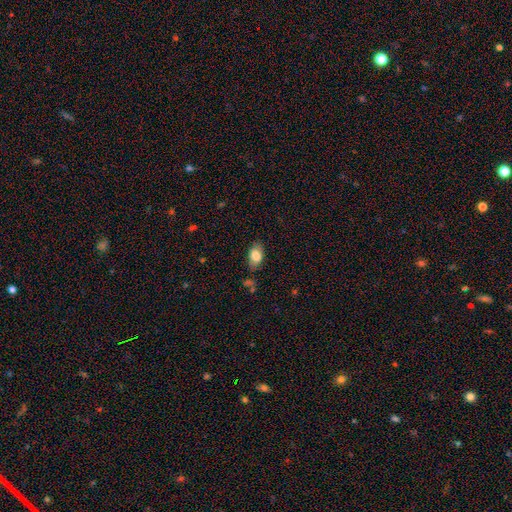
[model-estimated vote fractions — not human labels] smooth 79%, featured or disk 13%, star or artifact 7%. Down the decision tree: how rounded — in between (90%); merging — none (74%).